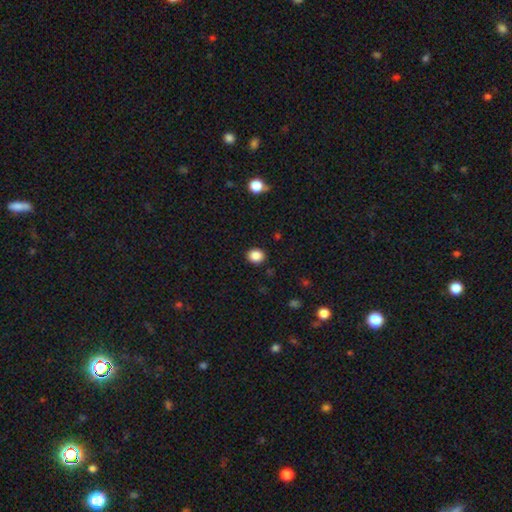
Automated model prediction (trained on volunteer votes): smooth-or-featured: smooth: 87% | star or artifact: 10% | featured or disk: 3%
  how-rounded: round: 69% | in between: 30% | cigar-shaped: 1%
  merging: none: 90% | minor disturbance: 6% | major disturbance: 2% | merger: 1%